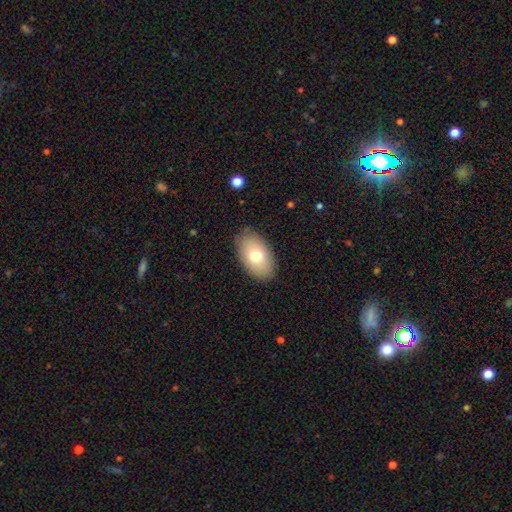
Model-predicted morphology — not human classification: type=smooth (73%); roundness=in between (93%); merging=none (85%).